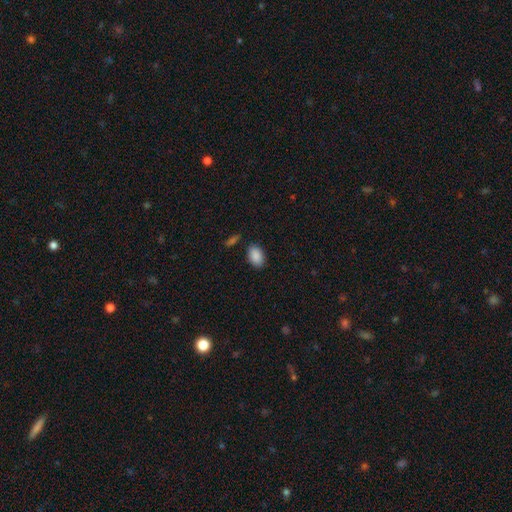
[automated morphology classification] A smooth galaxy with no disk features (89%) that is in between round and cigar-shaped (88%).

Vote fractions:
- Smooth or featured? smooth: 89% / star or artifact: 7% / featured or disk: 4%
- How rounded? in between: 88% / round: 11% / cigar-shaped: 1%
- Merging? none: 84% / minor disturbance: 11% / merger: 3% / major disturbance: 3%